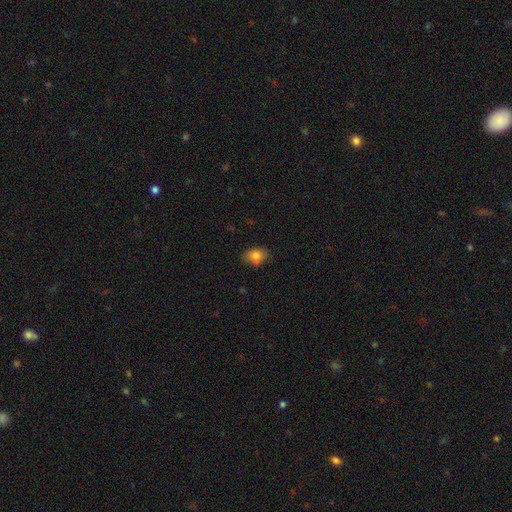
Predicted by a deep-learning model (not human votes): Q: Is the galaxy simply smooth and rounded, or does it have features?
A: smooth — 82%.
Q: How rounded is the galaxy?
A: in between — 69%.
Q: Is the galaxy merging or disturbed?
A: none — 75%.